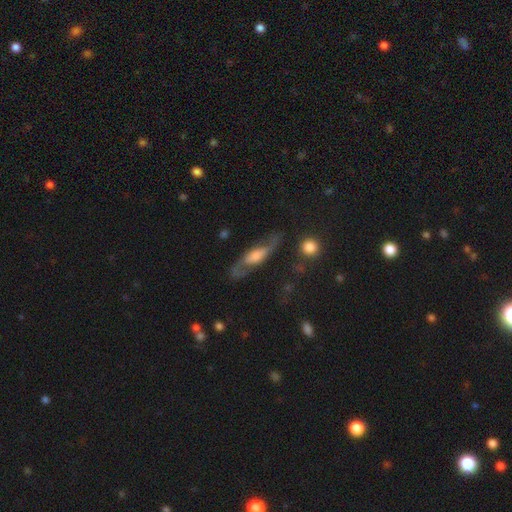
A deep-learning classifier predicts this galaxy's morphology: Smooth or featured? Predicted: featured or disk (p=0.71). Edge-on disk? Predicted: no (p=0.70). Merging? Predicted: none (p=0.66).